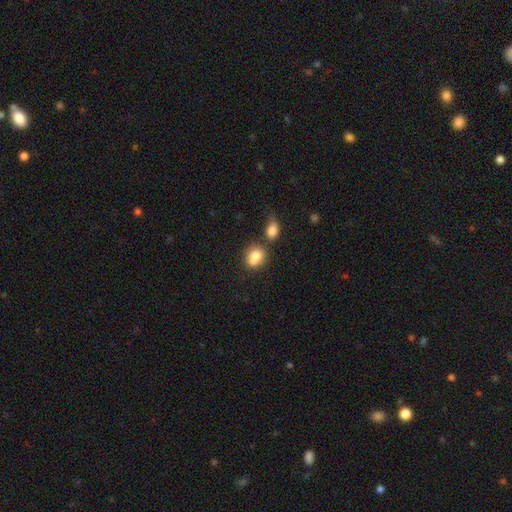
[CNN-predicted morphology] smooth 76%, featured or disk 14%, star or artifact 9%. Down the decision tree: how rounded — round (49%, tied with in between); merging — merger (48%).